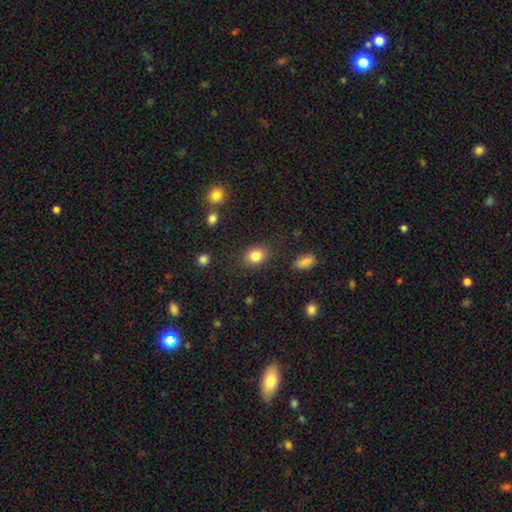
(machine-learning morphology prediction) A smooth galaxy with no disk features (83%) that is round (50%).

Vote fractions:
- Smooth or featured? smooth: 83% / star or artifact: 10% / featured or disk: 7%
- How rounded? round: 50% / in between: 49% / cigar-shaped: 1%
- Merging? none: 84% / minor disturbance: 10% / major disturbance: 3% / merger: 2%